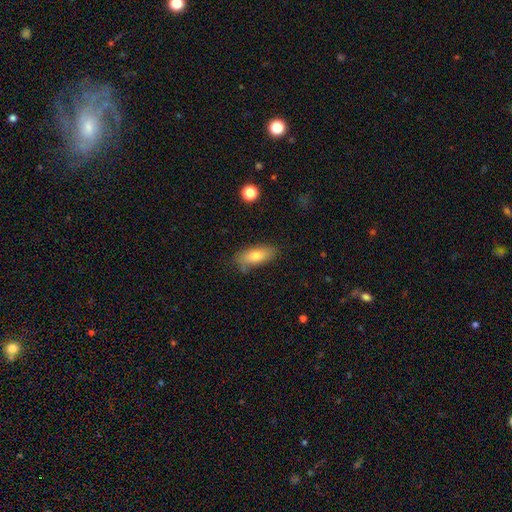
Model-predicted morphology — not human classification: This appears to be a smooth galaxy with no disk features (74%) that is in between round and cigar-shaped (80%). Merging: none (75%).